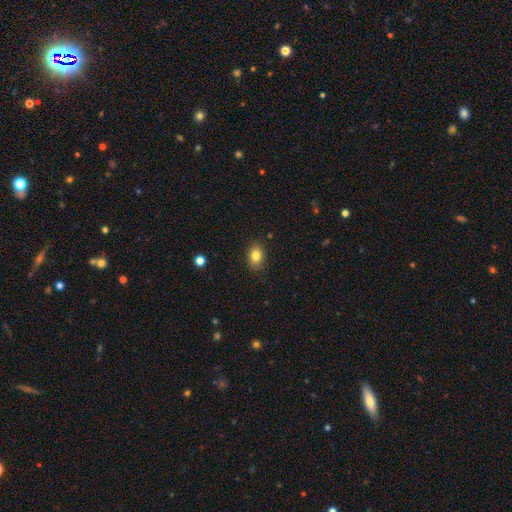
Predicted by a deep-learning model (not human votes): A smooth galaxy with no disk features (82%) that is in between round and cigar-shaped (69%).

Vote fractions:
- Smooth or featured? smooth: 82% / star or artifact: 10% / featured or disk: 8%
- How rounded? in between: 69% / round: 29% / cigar-shaped: 1%
- Merging? none: 86% / minor disturbance: 10% / major disturbance: 2% / merger: 1%